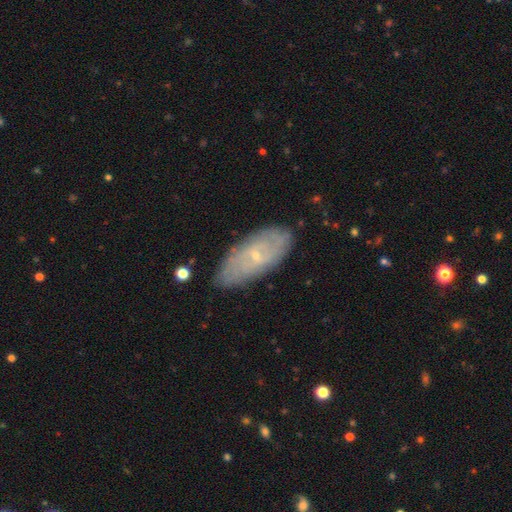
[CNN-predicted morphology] This is likely a featured or disk galaxy (63%). It is clearly not viewed edge-on (89%). Bar: possibly no (58%). Spiral arm pattern: likely yes (76%). Central bulge: clearly small (84%). Merging: likely none (79%).